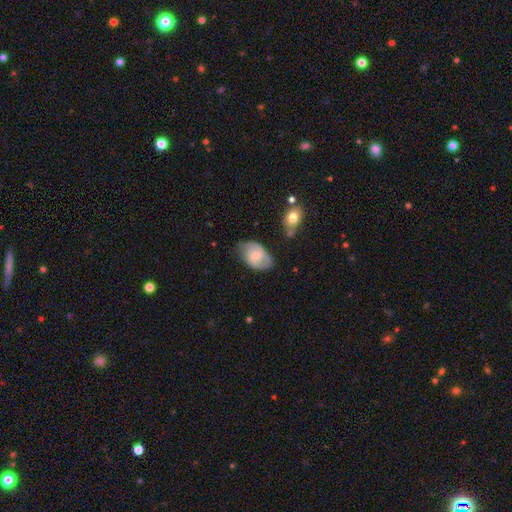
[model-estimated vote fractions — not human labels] A featured or disk galaxy (58%) with a weak bar (54%), spiral arms (85%) and a small central bulge (48%). Merging: none (62%).